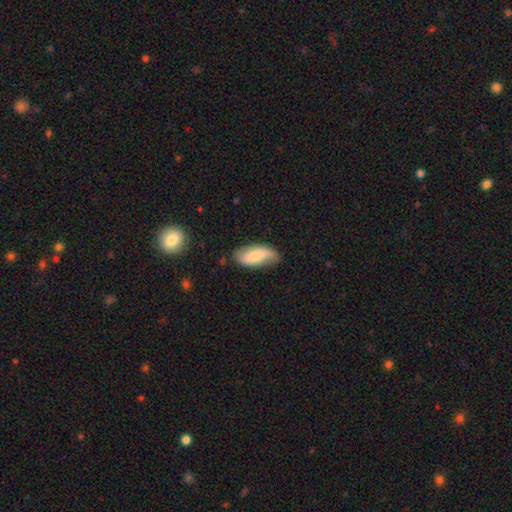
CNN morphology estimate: Smooth or featured?
  - smooth: 61% *
  - featured or disk: 32%
  - star or artifact: 6%
How rounded?
  - in between: 86% *
  - cigar-shaped: 12%
  - round: 2%
Merging?
  - none: 67% *
  - minor disturbance: 25%
  - major disturbance: 6%
  - merger: 2%